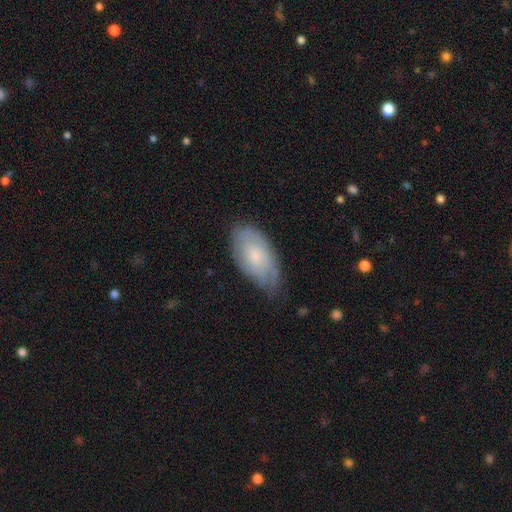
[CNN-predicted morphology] featured or disk 50%, smooth 44%, star or artifact 7%. Down the decision tree: merging — none (62%).